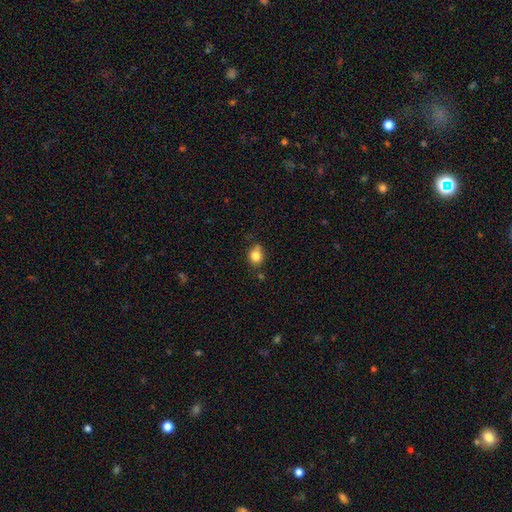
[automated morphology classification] smooth-or-featured: smooth: 82% | star or artifact: 11% | featured or disk: 7%
  how-rounded: round: 67% | in between: 32% | cigar-shaped: 1%
  merging: none: 64% | minor disturbance: 23% | merger: 8% | major disturbance: 5%